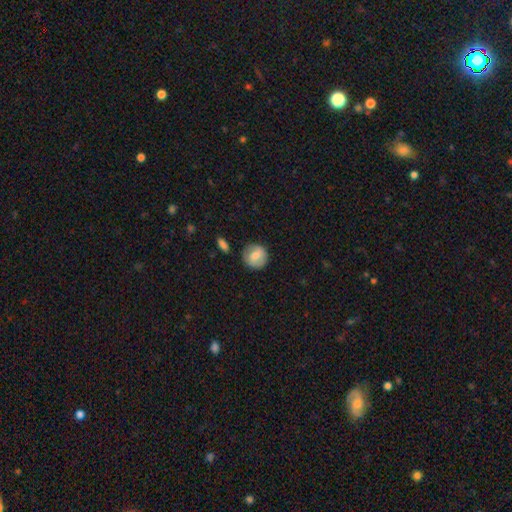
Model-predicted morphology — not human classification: A smooth galaxy with no disk features (70%) that is round (88%).

Vote fractions:
- Smooth or featured? smooth: 70% / featured or disk: 22% / star or artifact: 7%
- How rounded? round: 88% / in between: 11% / cigar-shaped: 1%
- Merging? none: 82% / minor disturbance: 12% / major disturbance: 3% / merger: 3%